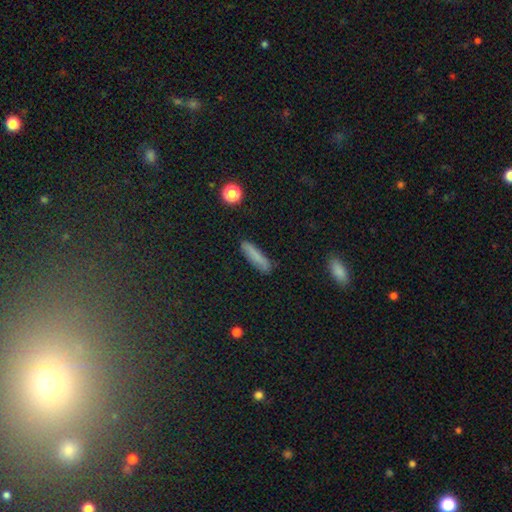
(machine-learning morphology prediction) A smooth galaxy with no disk features (79%) that is cigar-shaped (81%). Merging: none (85%).